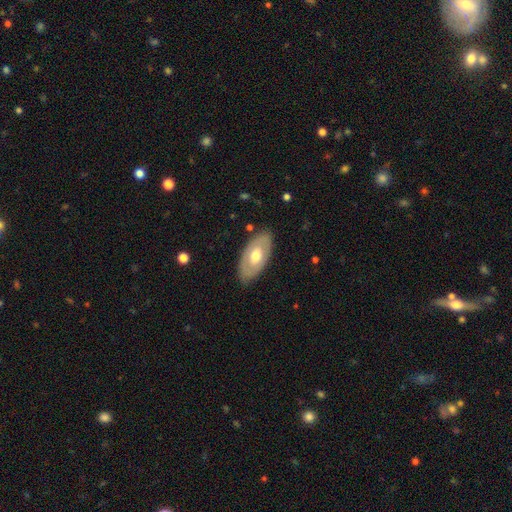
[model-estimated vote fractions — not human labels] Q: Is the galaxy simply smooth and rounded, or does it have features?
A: featured or disk — 48%.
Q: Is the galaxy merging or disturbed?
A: none — 84%.